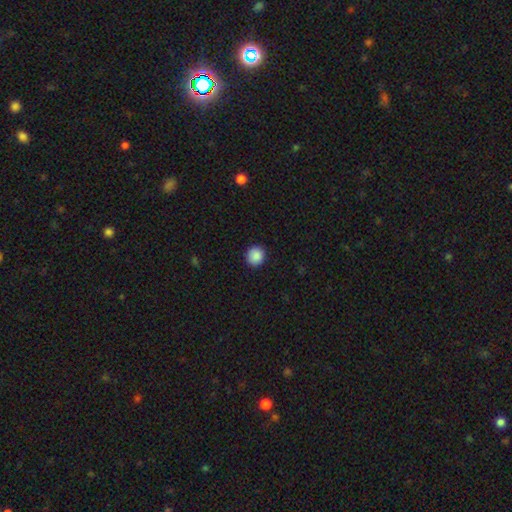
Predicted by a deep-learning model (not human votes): The model was most divided on "how rounded": round: 89%, in between: 10%, cigar-shaped: 1%. More confident: merging — none (90%); smooth or featured — smooth (88%).